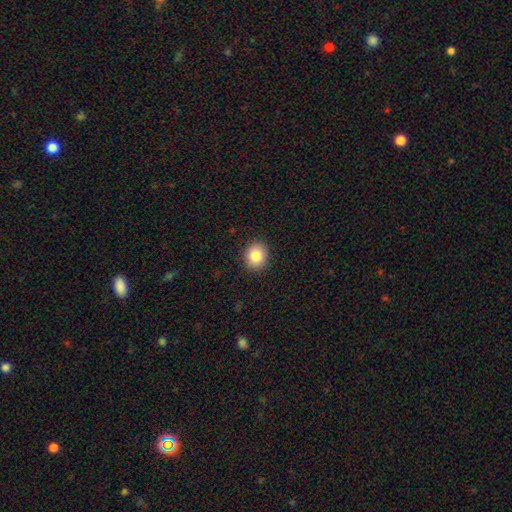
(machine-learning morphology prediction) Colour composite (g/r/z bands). It shows a smooth galaxy with no disk features (84%) that is round (71%). Merging: none (91%).